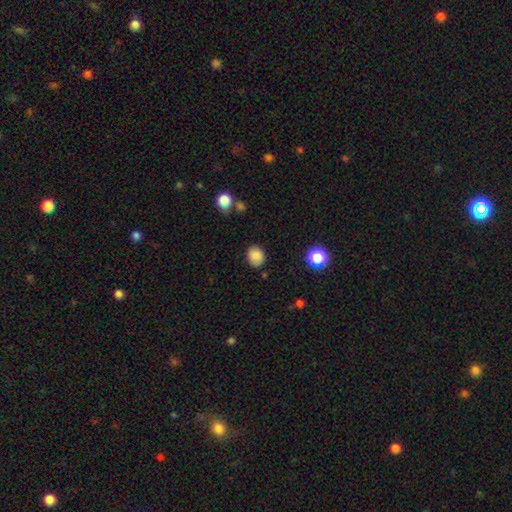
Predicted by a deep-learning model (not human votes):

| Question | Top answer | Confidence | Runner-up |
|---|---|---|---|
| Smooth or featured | smooth | 85% | star or artifact (10%) |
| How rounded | round | 59% | in between (40%) |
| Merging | none | 80% | minor disturbance (15%) |